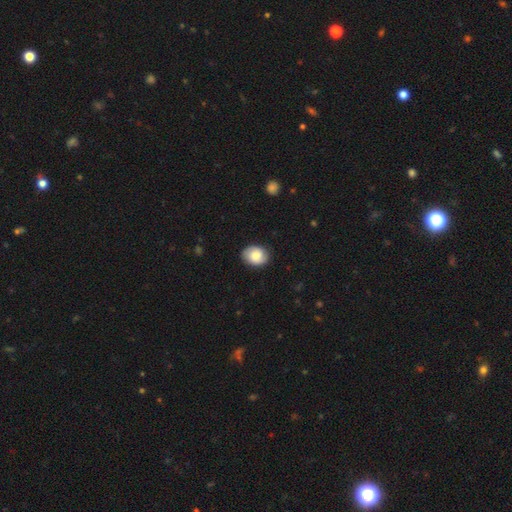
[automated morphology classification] Smooth or featured? smooth (68%)
How rounded? in between (54%)
Merging? none (83%)